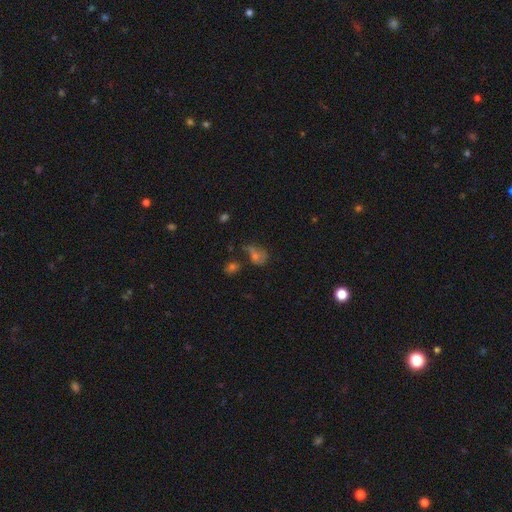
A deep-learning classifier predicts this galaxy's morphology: smooth 56%, featured or disk 24%, star or artifact 20%. Down the decision tree: how rounded — in between (63%); merging — major disturbance (30%).